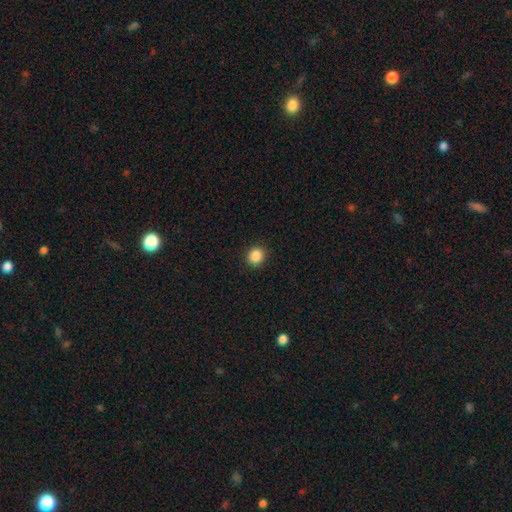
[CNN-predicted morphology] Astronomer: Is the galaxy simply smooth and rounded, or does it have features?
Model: smooth — 87%.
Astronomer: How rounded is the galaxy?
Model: round — 83%.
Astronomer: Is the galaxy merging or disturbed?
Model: none — 92%.